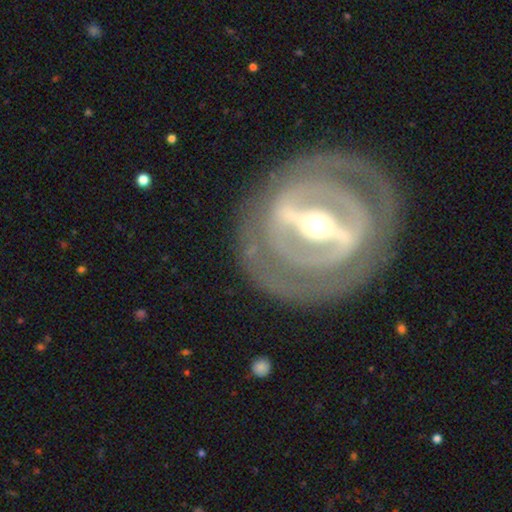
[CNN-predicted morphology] Smooth or featured? Predicted: featured or disk (p=0.86). Edge-on disk? Predicted: no (p=0.90). Bar? Predicted: strong (p=0.82). Spiral arms? Predicted: yes (p=0.63). Bulge size? Predicted: moderate (p=0.55). Merging? Predicted: none (p=0.82).